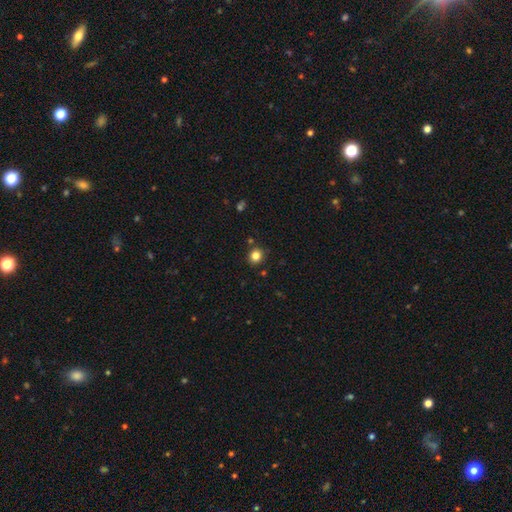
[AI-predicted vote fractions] A smooth galaxy with no disk features (82%) that is round (85%). Merging: none (87%).